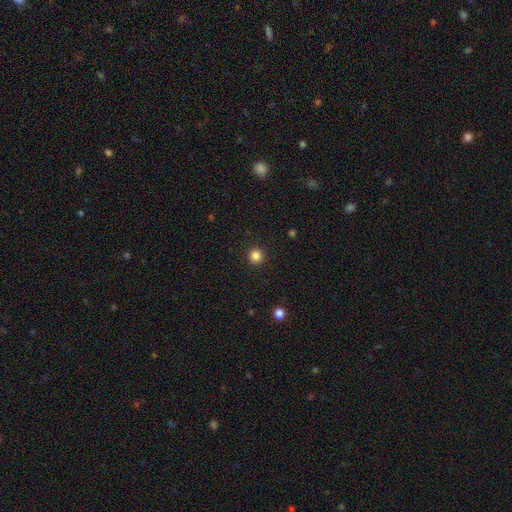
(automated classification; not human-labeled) Smooth or featured? Predicted: smooth (p=0.84). How rounded? Predicted: round (p=0.95). Merging? Predicted: none (p=0.93).